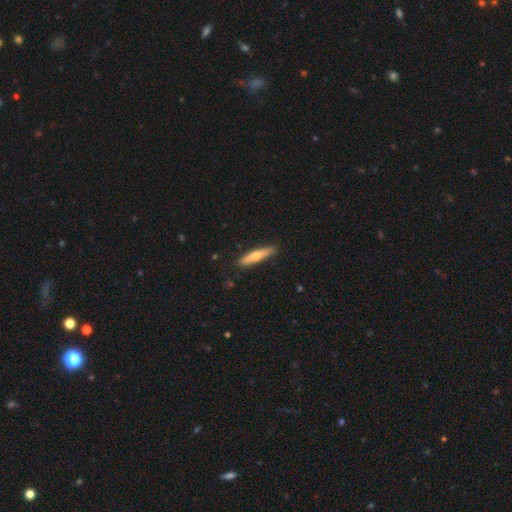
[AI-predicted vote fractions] Morphology: type=smooth (58%); roundness=cigar-shaped (86%); merging=none (88%).